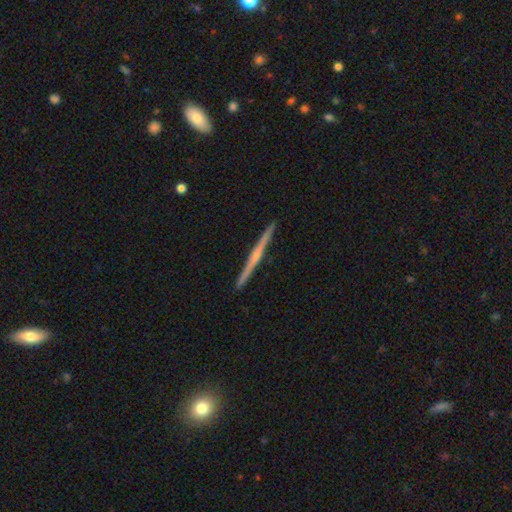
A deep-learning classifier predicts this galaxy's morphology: Smooth or featured: featured or disk — 72% (smooth — 23%)
Edge-on disk: yes — 99% (no — 1%)
Edge-on bulge: rounded — 51% (none — 41%)
Merging: none — 93% (minor disturbance — 5%)